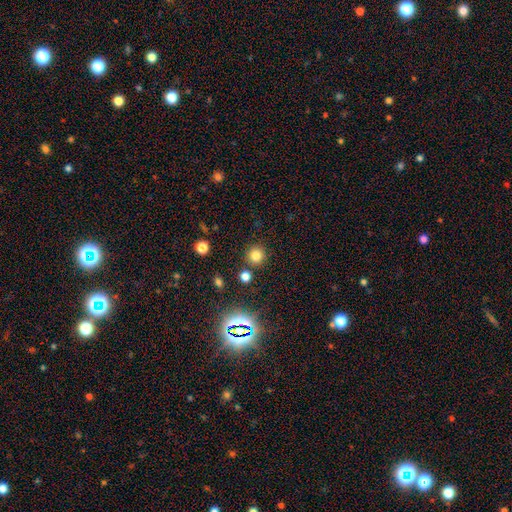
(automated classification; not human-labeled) Smooth or featured? smooth (76%)
How rounded? round (93%)
Merging? none (84%)